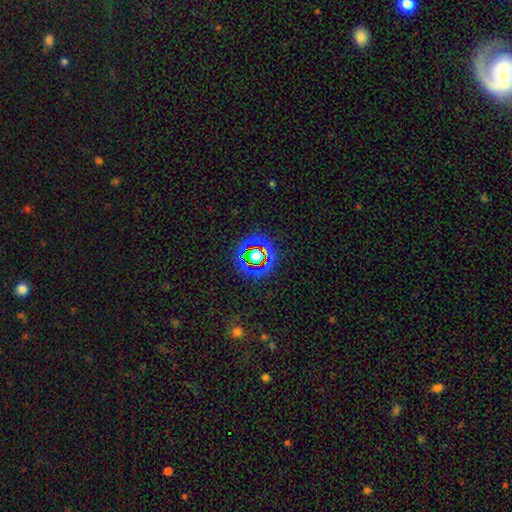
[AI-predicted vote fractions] A star or artifact, not a galaxy (67%).

Vote fractions:
- Smooth or featured? star or artifact: 67% / smooth: 22% / featured or disk: 11%